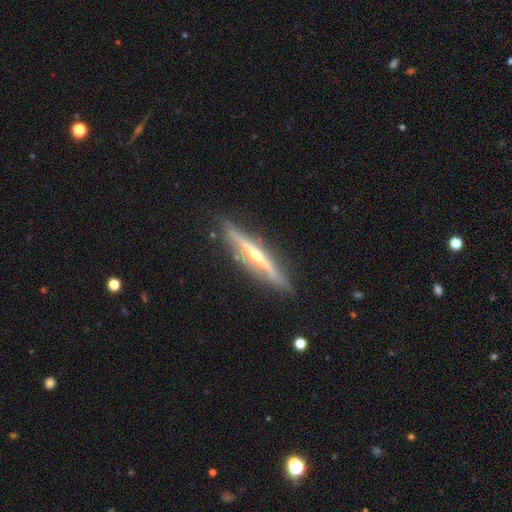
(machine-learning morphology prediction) A featured or disk galaxy (80%) viewed edge-on (97%) with a rounded central bulge (81%). Merging: none (86%).